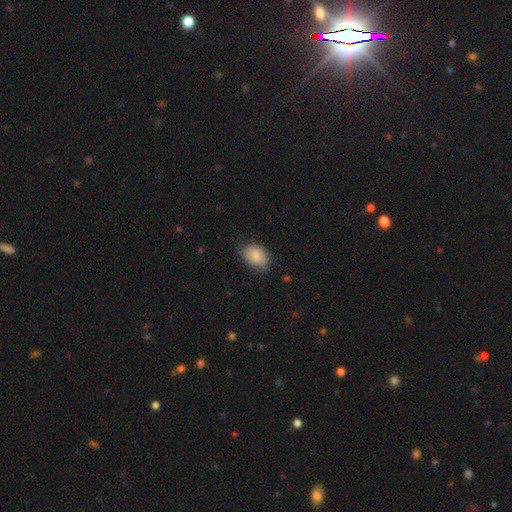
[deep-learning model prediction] The model was most divided on "merging": none: 64%, minor disturbance: 29%, major disturbance: 5%, merger: 1%. More confident: smooth or featured — smooth (85%); how rounded — in between (84%).